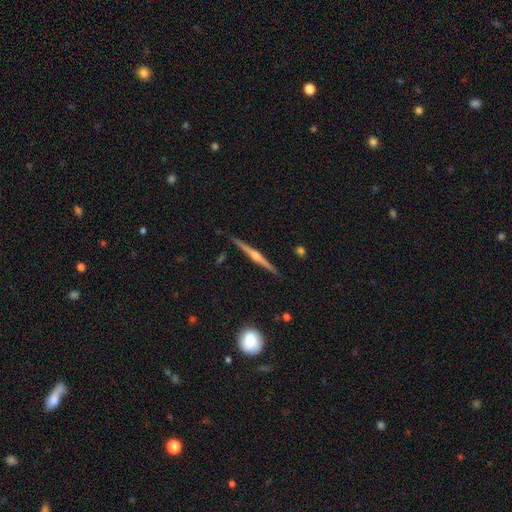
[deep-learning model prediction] Q: Smooth or featured?
A: featured or disk (82%); runner-up: smooth (12%)
Q: Edge-on disk?
A: yes (99%); runner-up: no (1%)
Q: Edge-on bulge?
A: rounded (91%); runner-up: boxy (4%)
Q: Merging?
A: none (91%); runner-up: minor disturbance (6%)